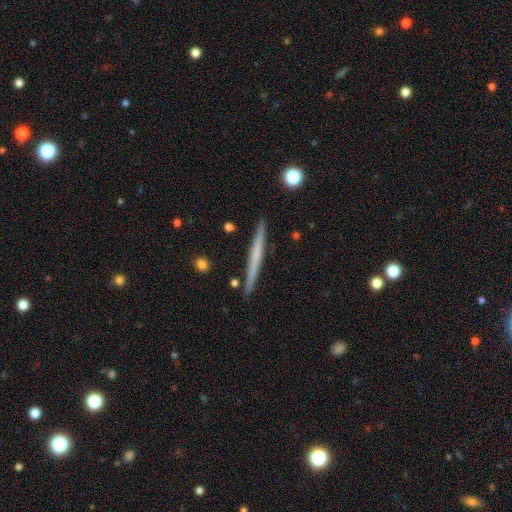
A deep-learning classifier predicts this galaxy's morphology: A featured or disk galaxy (53%) viewed edge-on (98%) with no central bulge (80%).

Vote fractions:
- Smooth or featured? featured or disk: 53% / smooth: 42% / star or artifact: 6%
- Edge-on disk? yes: 98% / no: 2%
- Edge-on bulge? none: 80% / rounded: 14% / boxy: 6%
- Merging? none: 91% / minor disturbance: 6% / merger: 2% / major disturbance: 1%